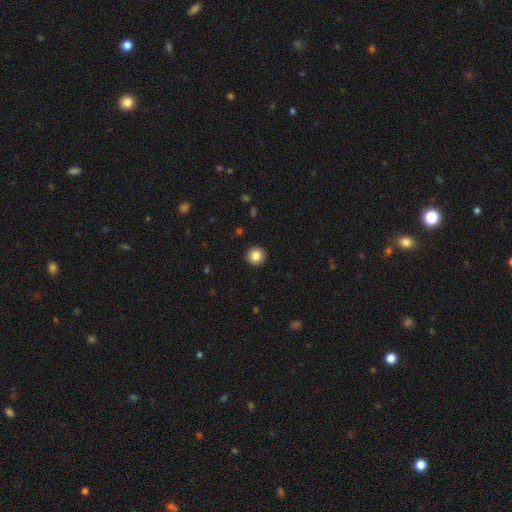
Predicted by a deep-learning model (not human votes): smooth 85%, star or artifact 9%, featured or disk 6%. Down the decision tree: how rounded — round (96%); merging — none (94%).